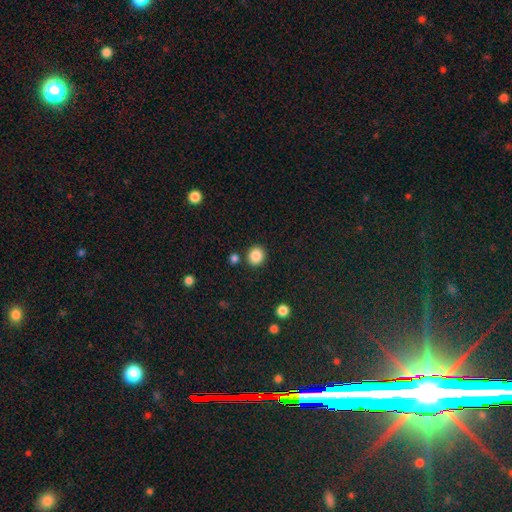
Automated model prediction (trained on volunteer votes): Morphology: type=smooth (87%); roundness=round (82%); merging=none (86%).